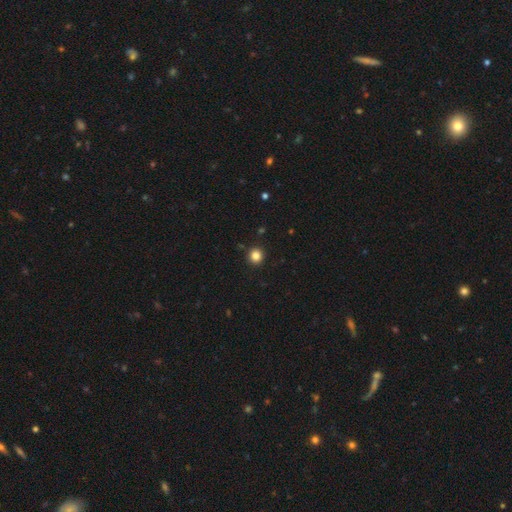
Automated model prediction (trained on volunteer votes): smooth_or_featured: smooth (p=0.84) [alt: star or artifact p=0.12]
how_rounded: round (p=0.91) [alt: in between p=0.08]
merging: none (p=0.92) [alt: minor disturbance p=0.05]